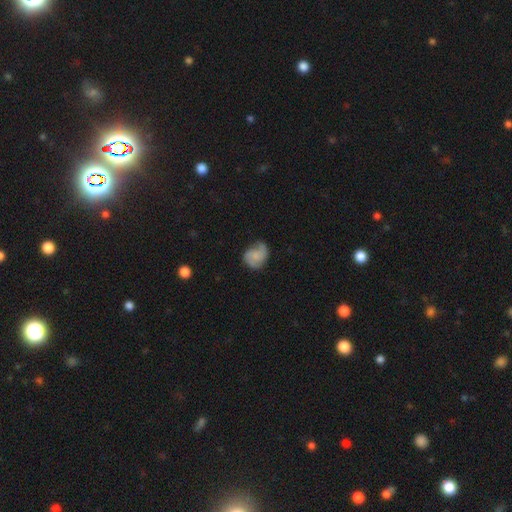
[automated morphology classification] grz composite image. It shows a featured or disk galaxy (53%) with no bar (68%), spiral arms (89%) and no central bulge (52%). Merging: none (57%).